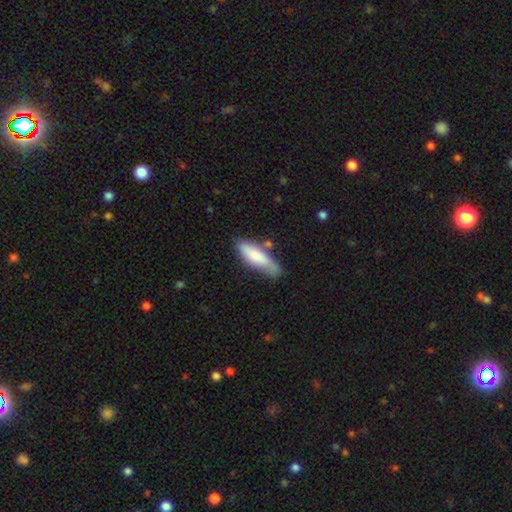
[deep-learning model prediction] A smooth galaxy with no disk features (76%) that is cigar-shaped (57%).

Vote fractions:
- Smooth or featured? smooth: 76% / featured or disk: 19% / star or artifact: 6%
- How rounded? cigar-shaped: 57% / in between: 41% / round: 2%
- Merging? none: 60% / minor disturbance: 26% / merger: 7% / major disturbance: 6%